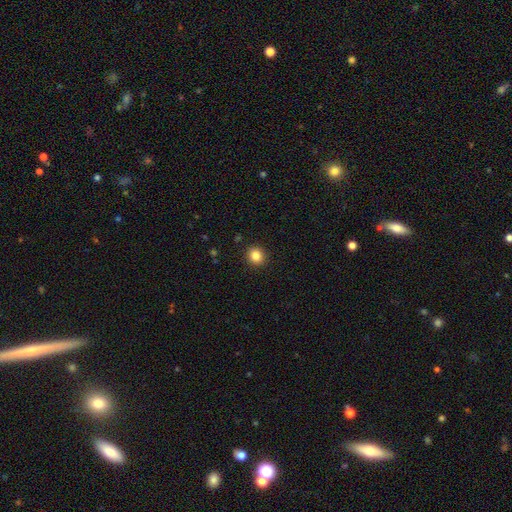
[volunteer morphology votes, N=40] smooth-or-featured: smooth: 92% | star or artifact: 5% | featured or disk: 2%
  how-rounded: round: 89% | in between: 11% | cigar-shaped: 0%
  merging: none: 92% | minor disturbance: 5% | major disturbance: 3% | merger: 0%